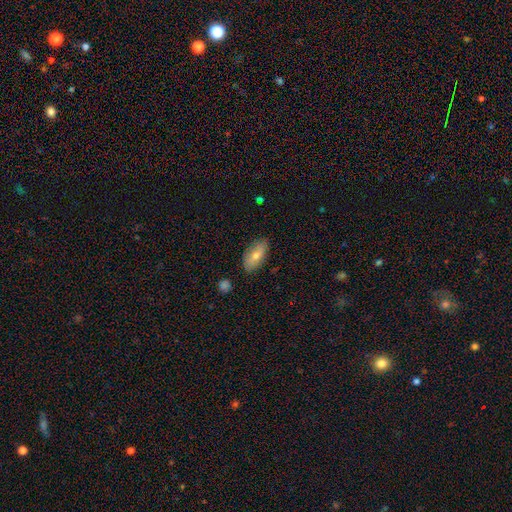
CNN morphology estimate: This appears to be a smooth galaxy with no disk features (62%) that is in between round and cigar-shaped (86%). Merging: none (84%).